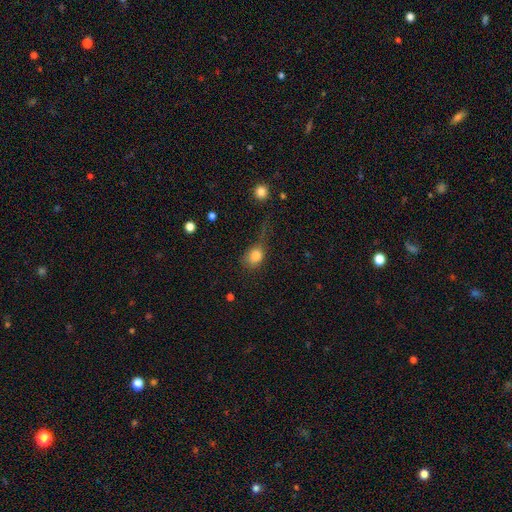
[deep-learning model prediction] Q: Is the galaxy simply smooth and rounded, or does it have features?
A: smooth — 80%.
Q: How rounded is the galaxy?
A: in between — 50%.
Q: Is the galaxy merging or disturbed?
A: none — 35%.